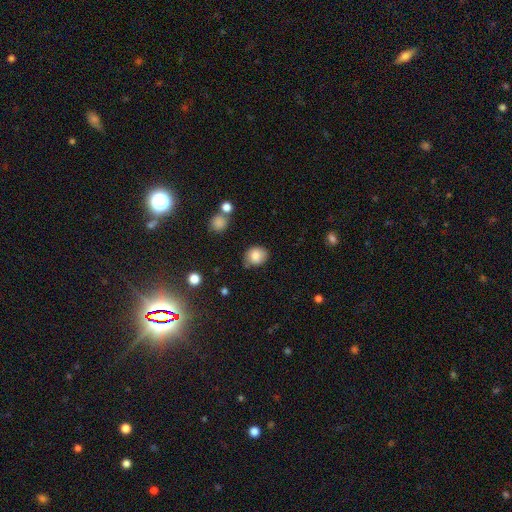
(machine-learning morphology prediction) Smooth or featured: smooth — 84% (star or artifact — 9%)
How rounded: round — 60% (in between — 39%)
Merging: none — 74% (minor disturbance — 19%)